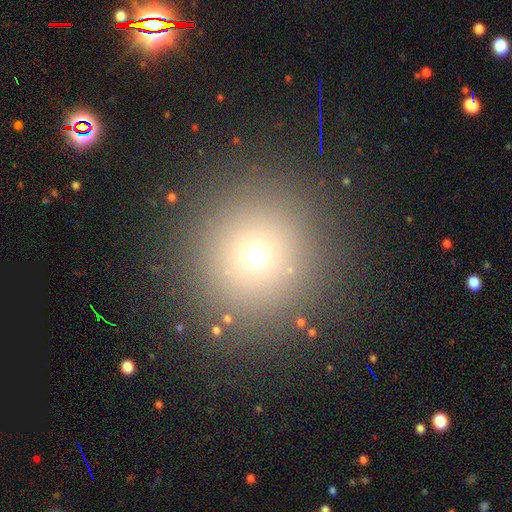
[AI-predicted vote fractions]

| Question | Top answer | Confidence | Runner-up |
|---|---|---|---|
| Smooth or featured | smooth | 65% | star or artifact (25%) |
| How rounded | round | 94% | in between (5%) |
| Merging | none | 88% | minor disturbance (6%) |